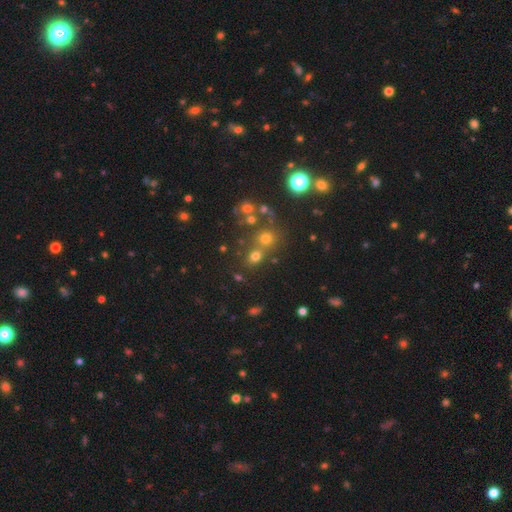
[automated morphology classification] Smooth or featured? smooth (58%)
How rounded? round (81%)
Merging? none (58%)